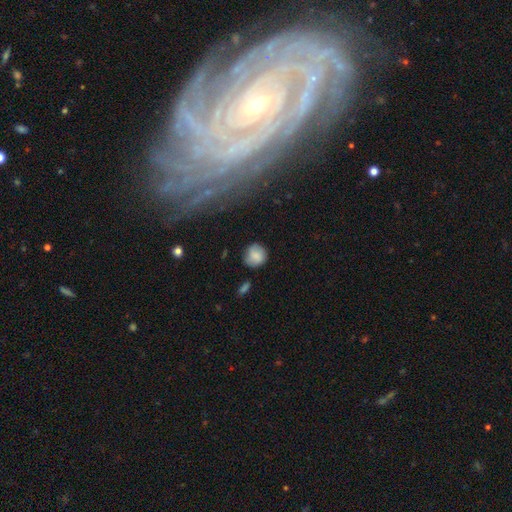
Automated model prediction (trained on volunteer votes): Overall: smooth (79%). How rounded: round (86%). Merging: none (75%).